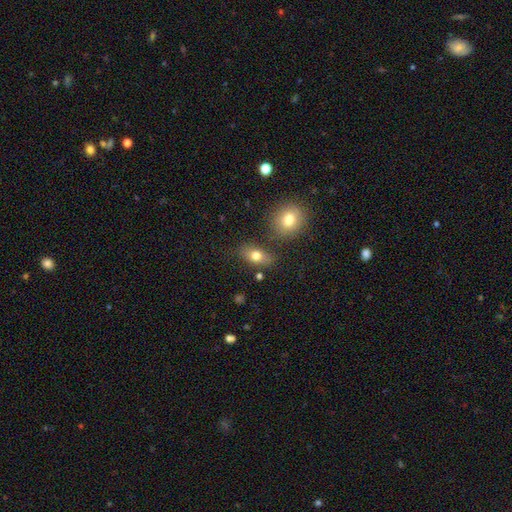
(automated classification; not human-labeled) Morphology: type=smooth (76%); roundness=in between (79%); merging=none (75%).